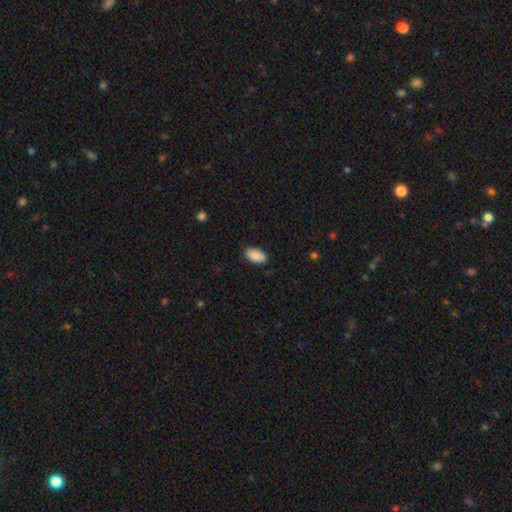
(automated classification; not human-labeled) Q: Smooth or featured?
A: smooth (87%); runner-up: star or artifact (7%)
Q: How rounded?
A: in between (94%); runner-up: round (4%)
Q: Merging?
A: none (83%); runner-up: minor disturbance (13%)